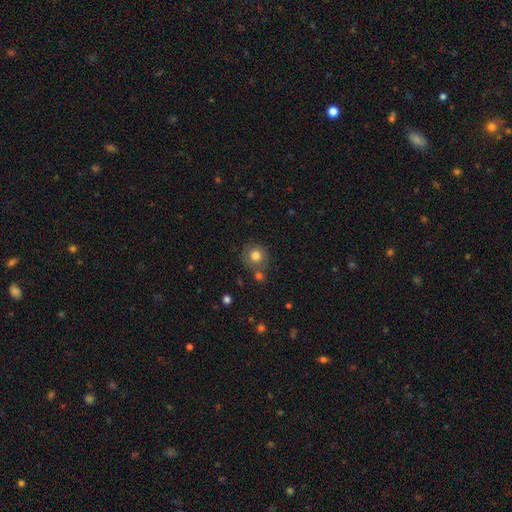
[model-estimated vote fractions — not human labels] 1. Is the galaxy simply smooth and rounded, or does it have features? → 78% smooth, 12% featured or disk, 10% star or artifact.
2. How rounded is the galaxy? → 89% round, 10% in between, 1% cigar-shaped.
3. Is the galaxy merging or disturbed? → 66% none, 15% merger, 14% minor disturbance, 5% major disturbance.